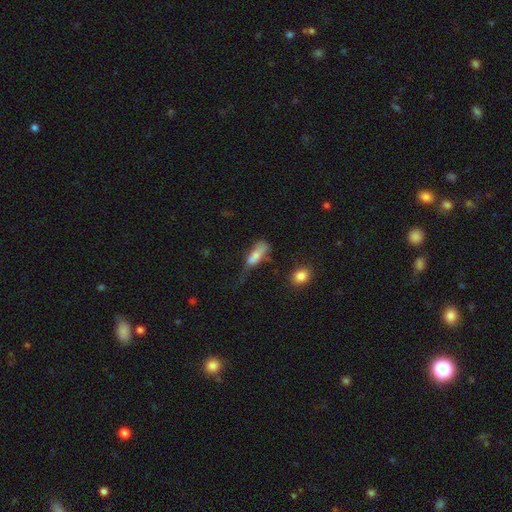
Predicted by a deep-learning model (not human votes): Smooth or featured: smooth — 72% (featured or disk — 19%)
How rounded: in between — 60% (cigar-shaped — 37%)
Merging: major disturbance — 36% (minor disturbance — 31%)